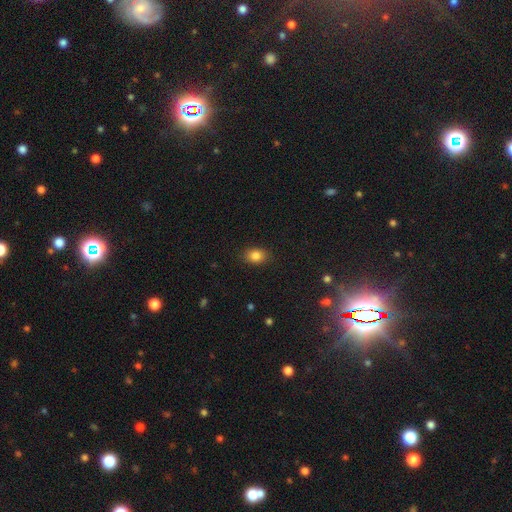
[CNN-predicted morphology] This appears to be a smooth galaxy with no disk features (84%) that is in between round and cigar-shaped (71%). Merging: none (87%).